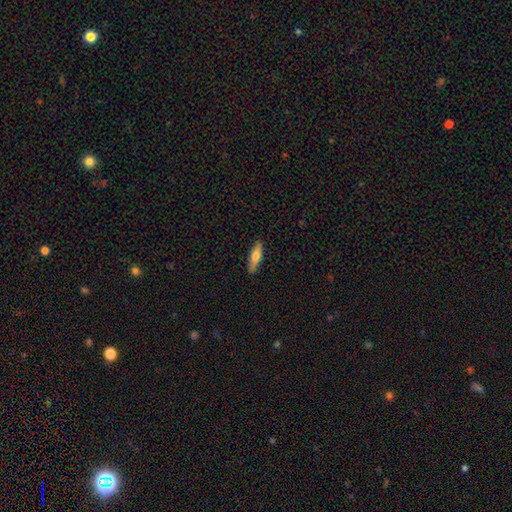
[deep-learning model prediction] Overall: smooth (65%; featured or disk 29%). How rounded: cigar-shaped (67%; in between 31%). Merging: none (89%).